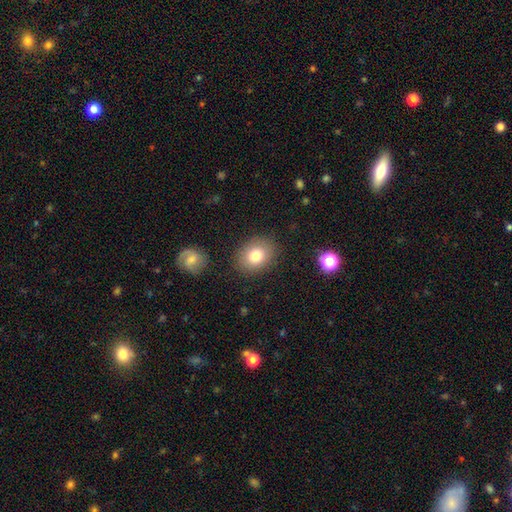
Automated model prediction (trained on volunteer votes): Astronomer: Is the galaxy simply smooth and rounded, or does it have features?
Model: smooth — 80%.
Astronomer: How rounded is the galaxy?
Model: in between — 52% (runner-up: round, 47%).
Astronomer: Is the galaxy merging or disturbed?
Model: none — 85%.